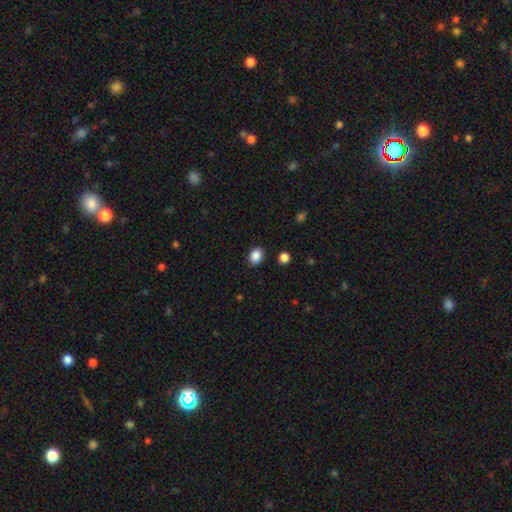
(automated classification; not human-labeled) smooth-or-featured: smooth: 87% | star or artifact: 9% | featured or disk: 3%
  how-rounded: in between: 58% | round: 41% | cigar-shaped: 1%
  merging: none: 87% | minor disturbance: 9% | major disturbance: 2% | merger: 2%